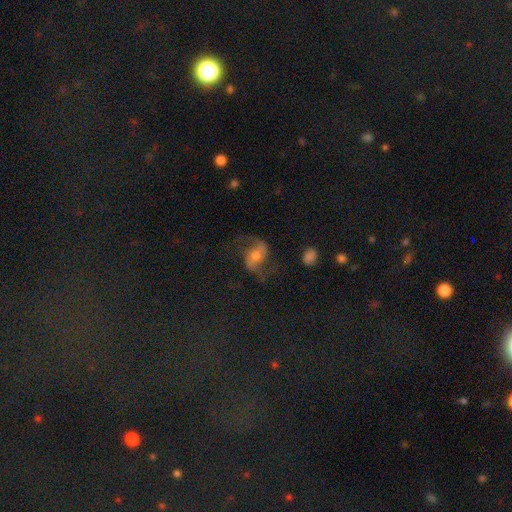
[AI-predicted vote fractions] featured or disk 77%, smooth 15%, star or artifact 9%. Down the decision tree: edge-on disk — no (97%); bar — no (54%); spiral arms — yes (93%); spiral arm count — 2 (92%); spiral winding — loose (57%); bulge size — moderate (60%); merging — none (69%).